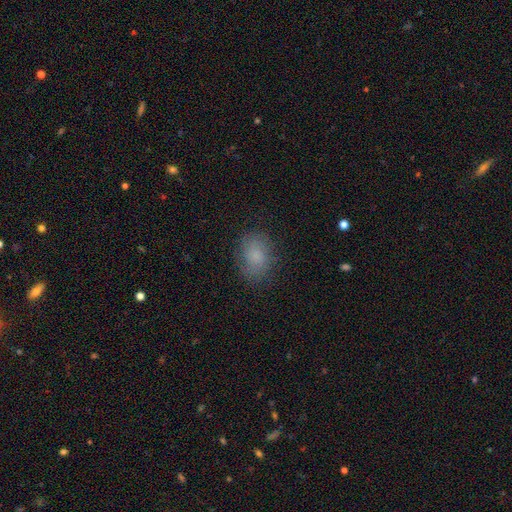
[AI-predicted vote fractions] Overall: smooth (78%). How rounded: in between (76%). Merging: none (77%).